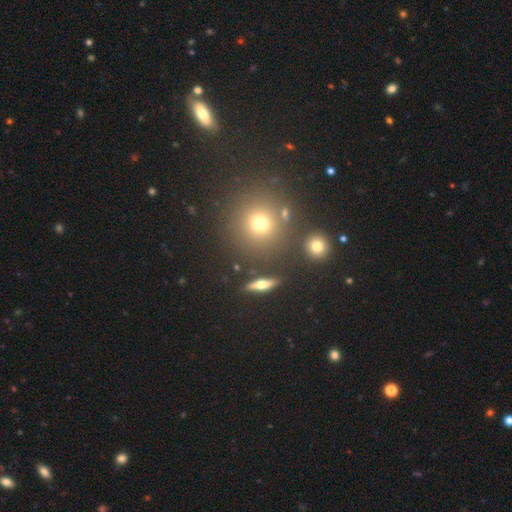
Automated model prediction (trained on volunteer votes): Q: Smooth or featured?
A: smooth (49%); runner-up: star or artifact (41%)
Q: Merging?
A: none (81%); runner-up: merger (8%)